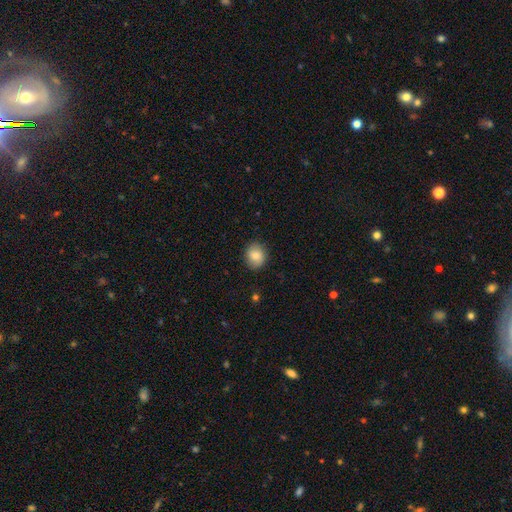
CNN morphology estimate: Smooth or featured? Predicted: smooth (p=0.82). How rounded? Predicted: round (p=0.66). Merging? Predicted: none (p=0.86).